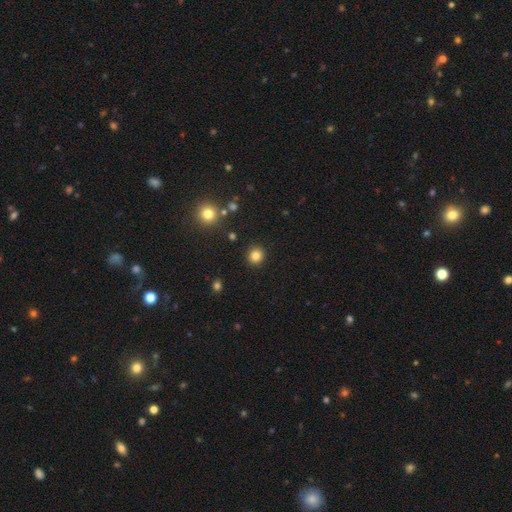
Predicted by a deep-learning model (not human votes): Smooth or featured? smooth (83%)
How rounded? round (90%)
Merging? none (91%)